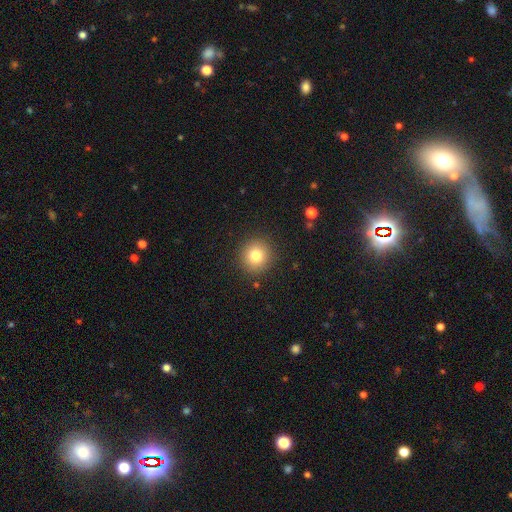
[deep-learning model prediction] Smooth or featured? smooth (80%)
How rounded? round (91%)
Merging? none (90%)